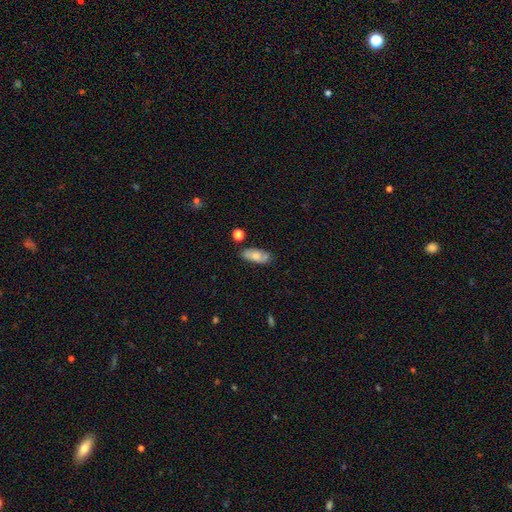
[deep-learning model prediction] A smooth galaxy with no disk features (69%) that is in between round and cigar-shaped (83%).

Vote fractions:
- Smooth or featured? smooth: 69% / featured or disk: 24% / star or artifact: 8%
- How rounded? in between: 83% / cigar-shaped: 14% / round: 3%
- Merging? none: 72% / minor disturbance: 19% / merger: 5% / major disturbance: 4%